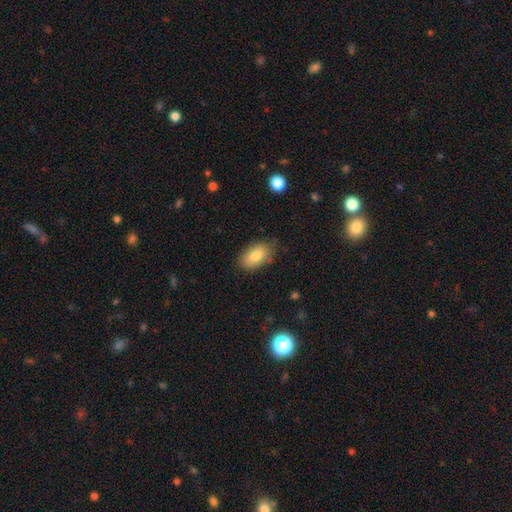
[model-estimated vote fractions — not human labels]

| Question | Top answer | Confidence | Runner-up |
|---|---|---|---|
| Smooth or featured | smooth | 82% | featured or disk (11%) |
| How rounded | in between | 92% | round (6%) |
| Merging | none | 79% | minor disturbance (17%) |